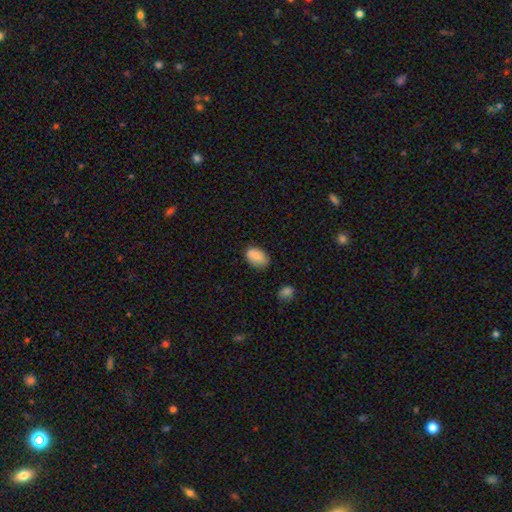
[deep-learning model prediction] smooth-or-featured: smooth: 84% | star or artifact: 8% | featured or disk: 8%
  how-rounded: in between: 87% | round: 12% | cigar-shaped: 1%
  merging: none: 70% | minor disturbance: 23% | major disturbance: 4% | merger: 2%